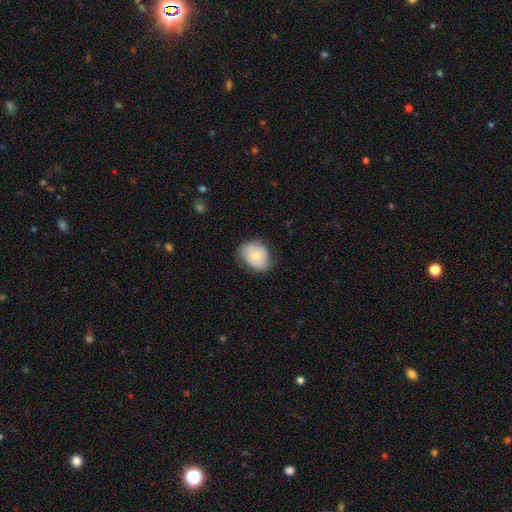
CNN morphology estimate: This appears to be a smooth galaxy with no disk features (72%) that is in between round and cigar-shaped (63%). Merging: none (68%).